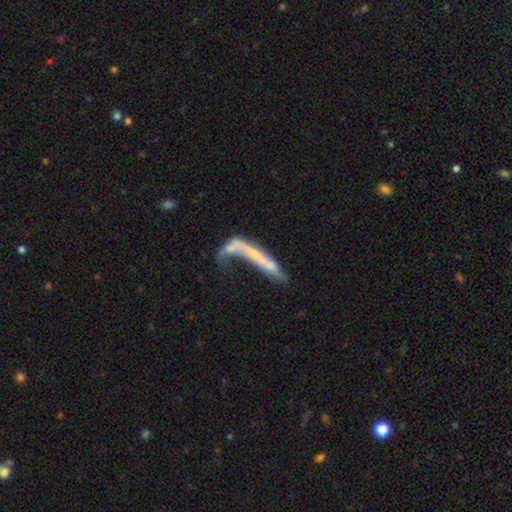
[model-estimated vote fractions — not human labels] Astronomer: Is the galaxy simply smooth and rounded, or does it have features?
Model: featured or disk — 52% (runner-up: smooth, 38%).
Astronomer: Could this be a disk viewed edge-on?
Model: yes — 51% (runner-up: no, 49%).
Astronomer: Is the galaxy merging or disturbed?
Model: major disturbance — 35% (runner-up: merger, 26%).